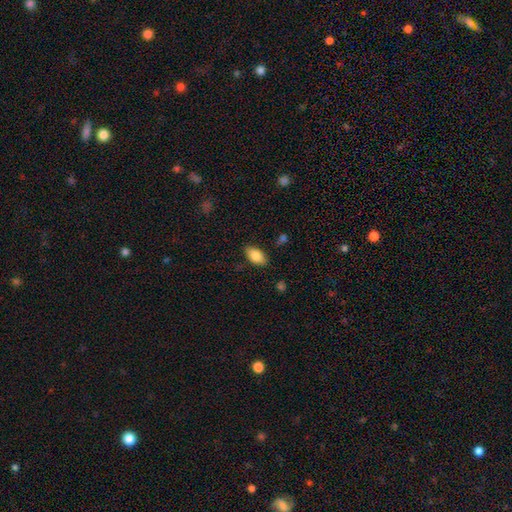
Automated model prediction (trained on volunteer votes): Smooth or featured? Predicted: smooth (p=0.85). How rounded? Predicted: in between (p=0.92). Merging? Predicted: none (p=0.83).